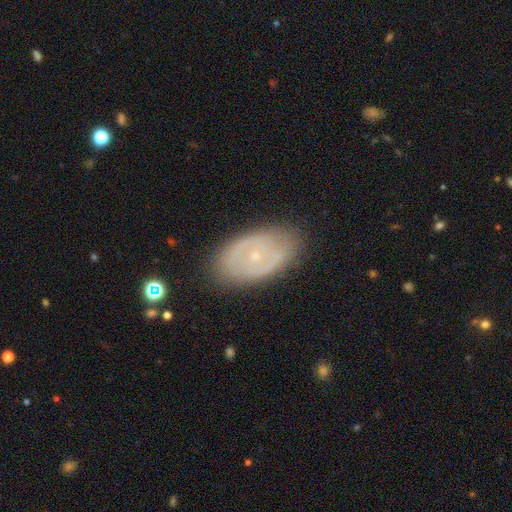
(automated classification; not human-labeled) Q: Smooth or featured?
A: featured or disk (62%); runner-up: smooth (31%)
Q: Edge-on disk?
A: no (93%); runner-up: yes (7%)
Q: Bar?
A: no (77%); runner-up: weak (19%)
Q: Spiral arms?
A: no (53%); runner-up: yes (47%)
Q: Bulge size?
A: small (79%); runner-up: moderate (17%)
Q: Merging?
A: none (80%); runner-up: minor disturbance (14%)